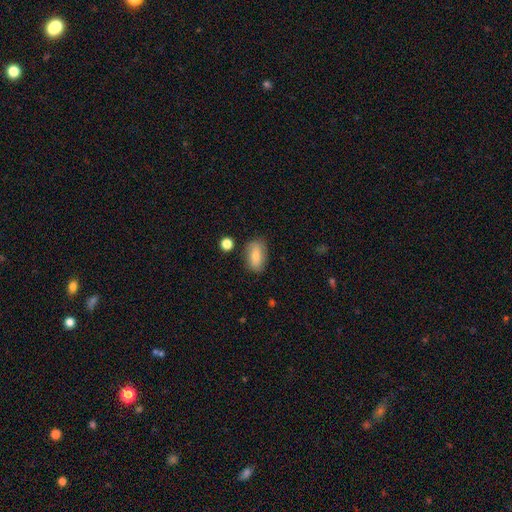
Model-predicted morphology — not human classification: The model was most divided on "smooth or featured": smooth: 72%, featured or disk: 21%, star or artifact: 7%. More confident: how rounded — in between (89%); merging — none (78%).